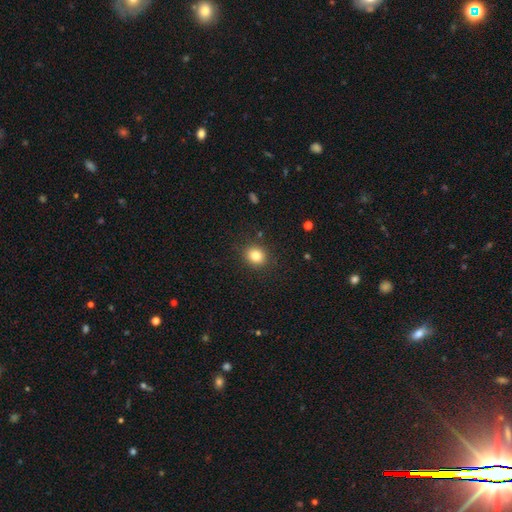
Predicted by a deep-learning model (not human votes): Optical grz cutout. It shows a smooth galaxy with no disk features (82%) that is round (78%). Merging: none (89%).